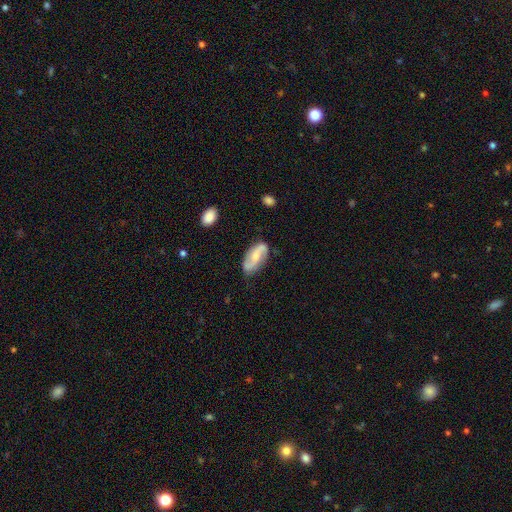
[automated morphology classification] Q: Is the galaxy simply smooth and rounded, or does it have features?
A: featured or disk — 71%.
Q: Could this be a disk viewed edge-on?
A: no — 95%.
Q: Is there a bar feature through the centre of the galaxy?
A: no — 45%.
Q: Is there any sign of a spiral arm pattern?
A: yes — 93%.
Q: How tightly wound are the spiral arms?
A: loose — 53%.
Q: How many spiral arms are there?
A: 2 — 91%.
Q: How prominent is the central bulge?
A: moderate — 43%.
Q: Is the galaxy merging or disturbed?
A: none — 77%.